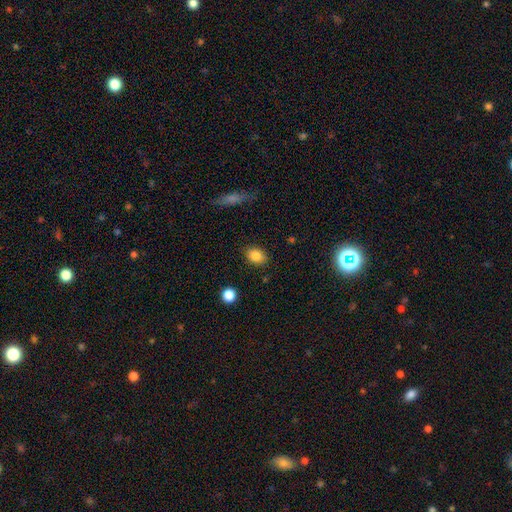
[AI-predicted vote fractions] smooth_or_featured: smooth (p=0.84) [alt: star or artifact p=0.09]
how_rounded: in between (p=0.71) [alt: round p=0.28]
merging: none (p=0.85) [alt: minor disturbance p=0.11]